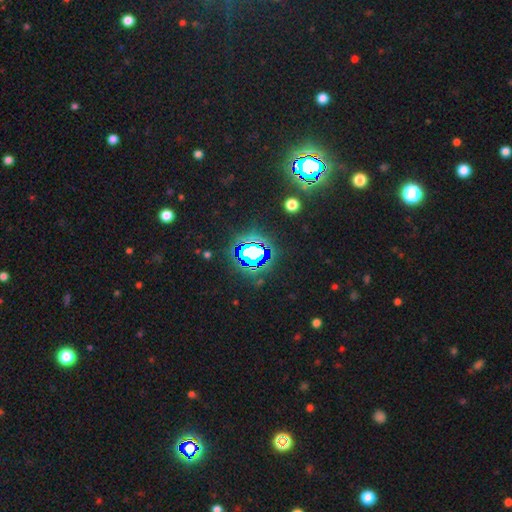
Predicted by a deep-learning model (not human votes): Overall: star or artifact (75%).